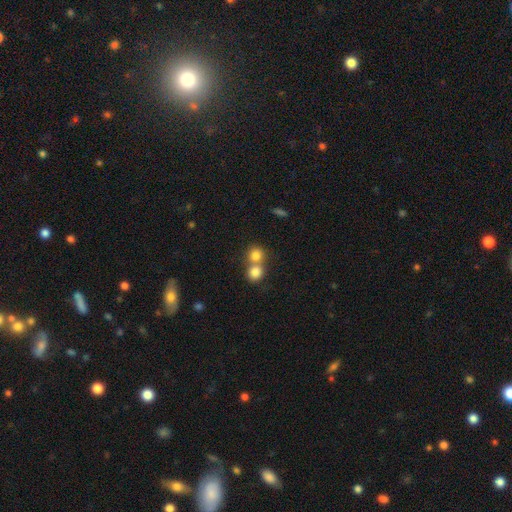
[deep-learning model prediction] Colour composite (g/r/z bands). It shows a smooth galaxy with no disk features (80%) that is round (85%). Merging: merger (54%).